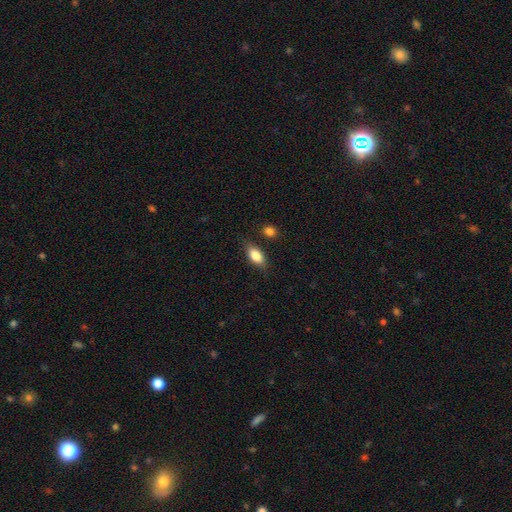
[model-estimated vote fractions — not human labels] Overall: smooth (83%). How rounded: in between (86%). Merging: none (77%).